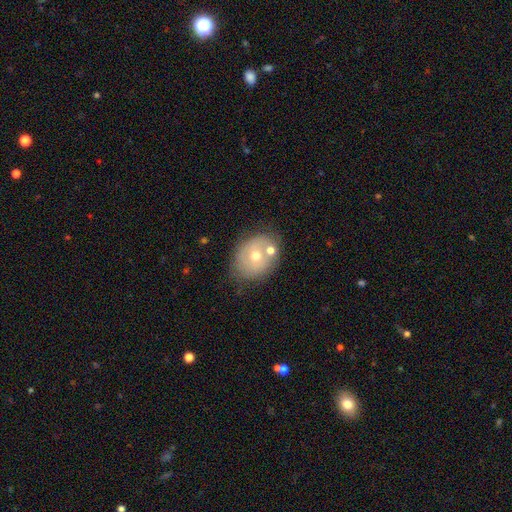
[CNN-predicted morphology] Overall: smooth (53%; featured or disk 37%). How rounded: in between (50%; round 49%). Merging: none (58%; merger 19%).